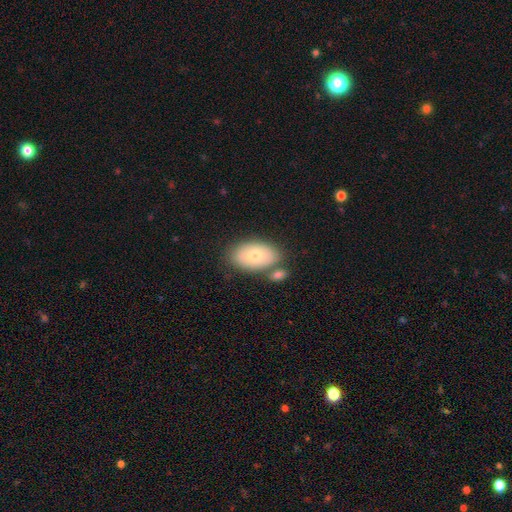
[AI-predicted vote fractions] Smooth or featured?
  - smooth: 68% *
  - featured or disk: 25%
  - star or artifact: 7%
How rounded?
  - in between: 91% *
  - round: 8%
  - cigar-shaped: 1%
Merging?
  - none: 66% *
  - merger: 15%
  - minor disturbance: 15%
  - major disturbance: 4%